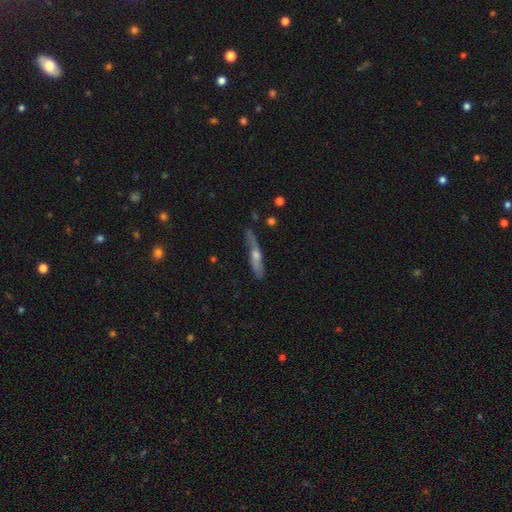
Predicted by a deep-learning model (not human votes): Q: Smooth or featured?
A: featured or disk (60%); runner-up: smooth (33%)
Q: Edge-on disk?
A: yes (85%); runner-up: no (15%)
Q: Edge-on bulge?
A: rounded (82%); runner-up: none (13%)
Q: Merging?
A: none (75%); runner-up: minor disturbance (19%)